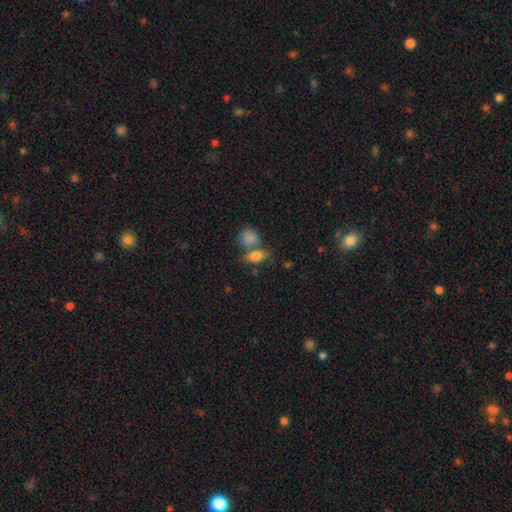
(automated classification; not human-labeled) smooth-or-featured: smooth: 80% | featured or disk: 11% | star or artifact: 9%
  how-rounded: in between: 78% | round: 16% | cigar-shaped: 5%
  merging: none: 44% | merger: 38% | minor disturbance: 12% | major disturbance: 5%